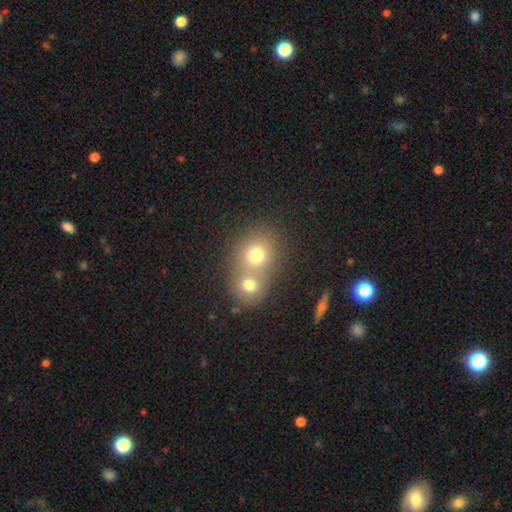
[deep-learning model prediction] smooth 73%, star or artifact 14%, featured or disk 13%. Down the decision tree: how rounded — round (73%); merging — merger (56%).